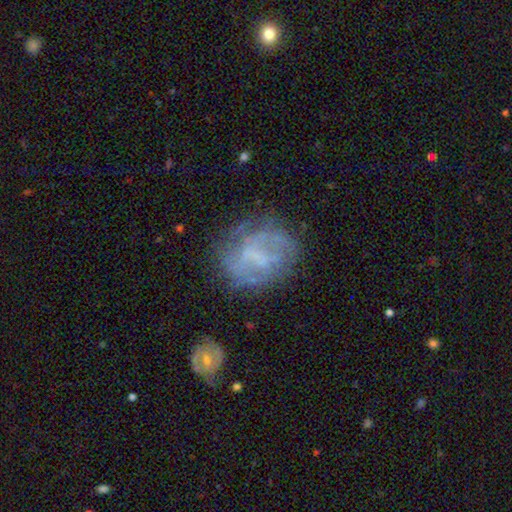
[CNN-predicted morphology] This is possibly a featured or disk galaxy (59%). It is clearly not viewed edge-on (97%). Bar: possibly no (51%). Spiral arm pattern: possibly no (59%). Central bulge: possibly none (57%). Merging: possibly none (59%).